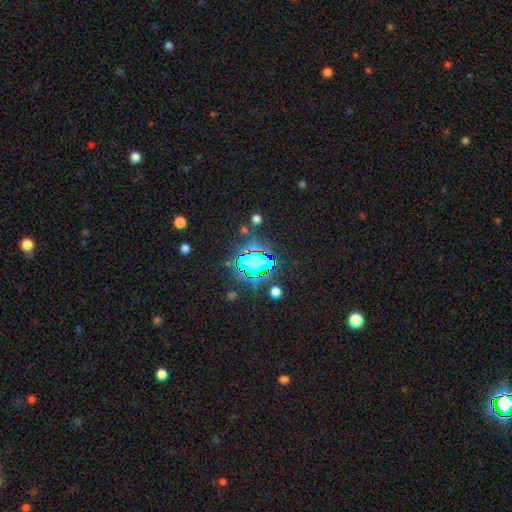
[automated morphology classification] Smooth or featured? Predicted: star or artifact (p=0.79).